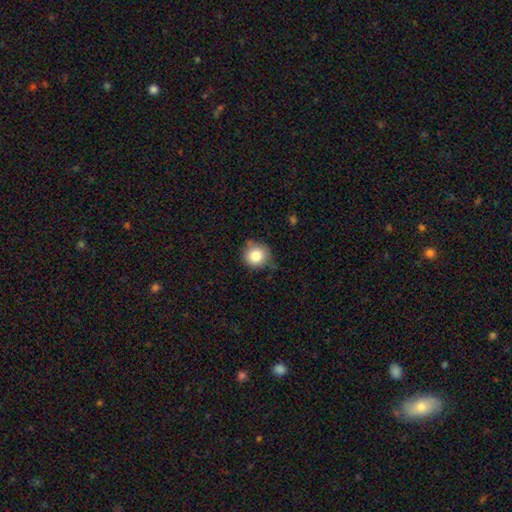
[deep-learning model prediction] Overall: smooth (82%). How rounded: round (92%). Merging: none (72%).